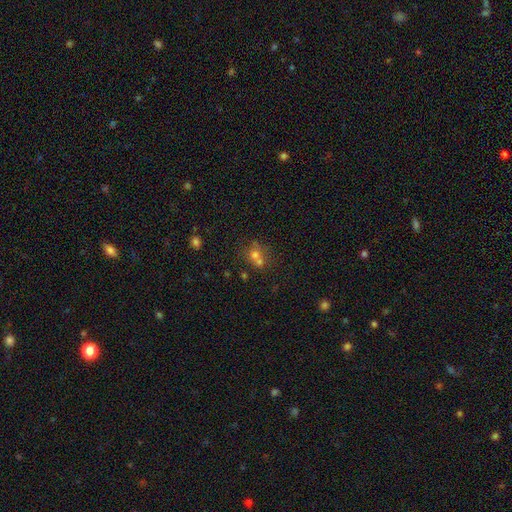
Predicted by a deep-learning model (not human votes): Smooth or featured?
  - smooth: 58% *
  - star or artifact: 24%
  - featured or disk: 18%
How rounded?
  - round: 78% *
  - in between: 21%
  - cigar-shaped: 1%
Merging?
  - merger: 46% *
  - none: 42%
  - minor disturbance: 8%
  - major disturbance: 4%